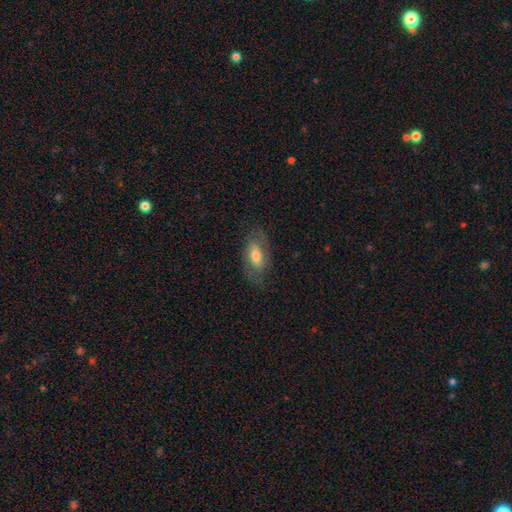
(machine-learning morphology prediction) Smooth or featured?
  - smooth: 48% *
  - featured or disk: 45%
  - star or artifact: 7%
Merging?
  - none: 74% *
  - minor disturbance: 16%
  - major disturbance: 8%
  - merger: 1%